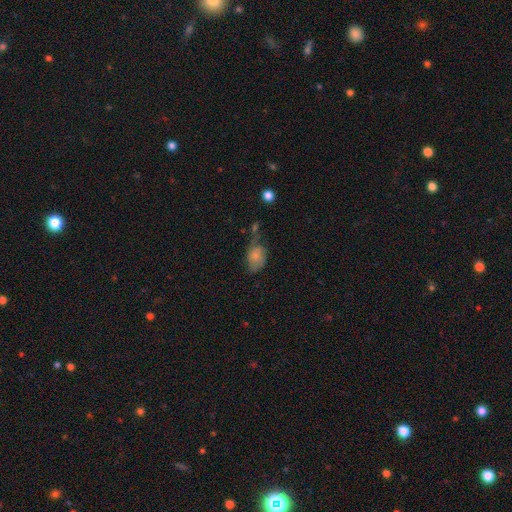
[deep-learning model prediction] A smooth galaxy with no disk features (66%) that is in between round and cigar-shaped (84%).

Vote fractions:
- Smooth or featured? smooth: 66% / featured or disk: 24% / star or artifact: 10%
- How rounded? in between: 84% / round: 14% / cigar-shaped: 2%
- Merging? none: 34% / minor disturbance: 31% / major disturbance: 22% / merger: 13%